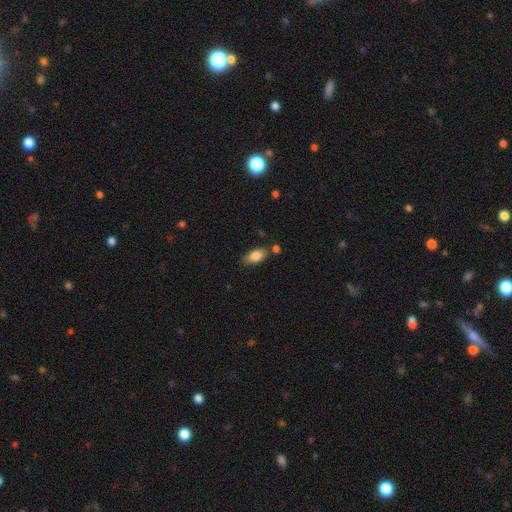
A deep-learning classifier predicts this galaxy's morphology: Smooth or featured: smooth — 84% (featured or disk — 9%)
How rounded: in between — 91% (cigar-shaped — 6%)
Merging: none — 75% (minor disturbance — 14%)